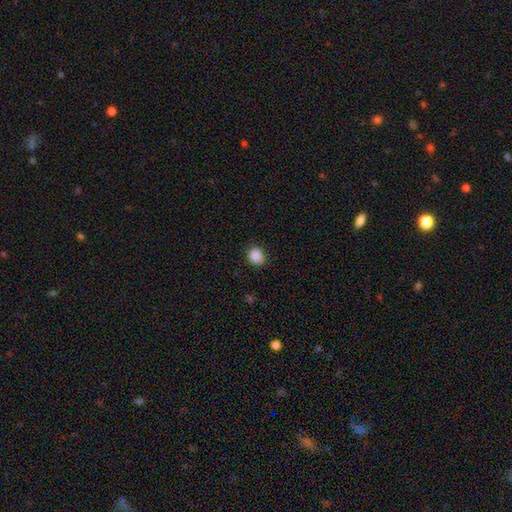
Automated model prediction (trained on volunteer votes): smooth 88%, star or artifact 9%, featured or disk 3%. Down the decision tree: how rounded — round (73%); merging — none (85%).